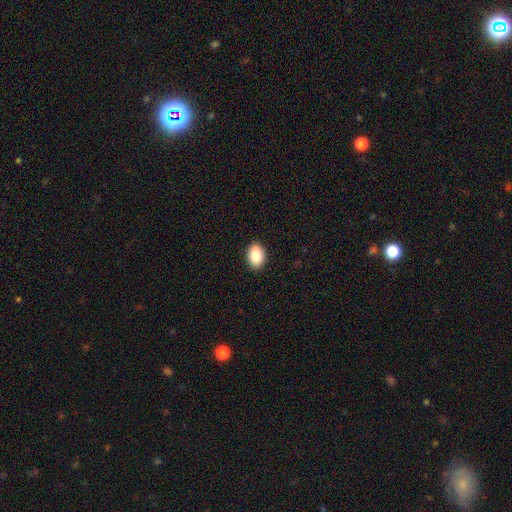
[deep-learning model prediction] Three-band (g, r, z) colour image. It shows a smooth galaxy with no disk features (85%) that is in between round and cigar-shaped (84%). Merging: none (87%).